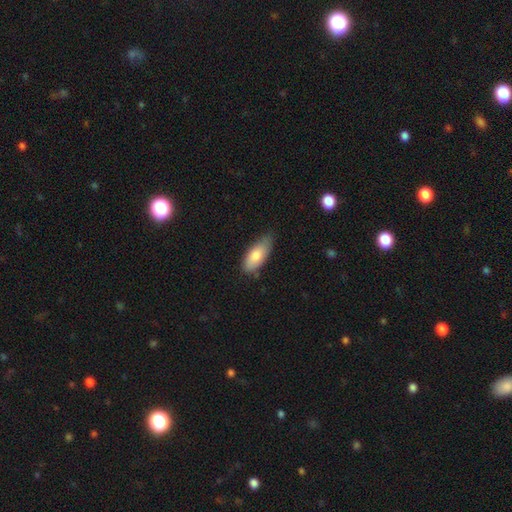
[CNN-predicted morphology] Overall: smooth (78%). How rounded: in between (82%). Merging: none (67%).